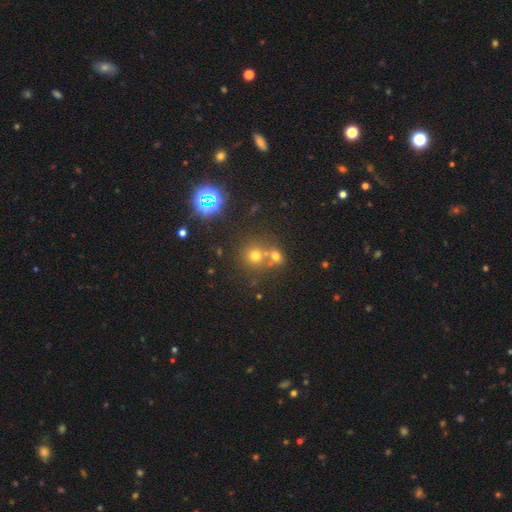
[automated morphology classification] Smooth or featured: smooth — 61% (star or artifact — 28%)
How rounded: round — 88% (in between — 11%)
Merging: none — 54% (merger — 36%)